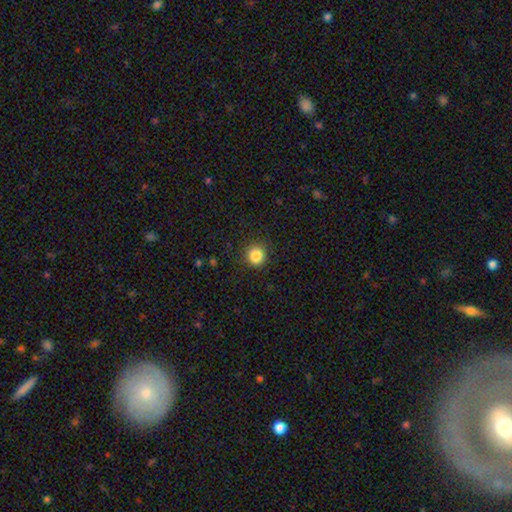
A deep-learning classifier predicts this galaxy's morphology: smooth_or_featured: smooth (p=0.85) [alt: star or artifact p=0.11]
how_rounded: round (p=0.93) [alt: in between p=0.06]
merging: none (p=0.90) [alt: minor disturbance p=0.07]